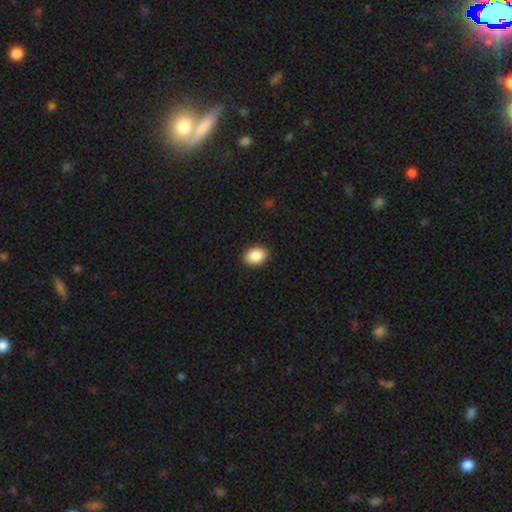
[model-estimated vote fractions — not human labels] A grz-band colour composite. It shows a smooth galaxy with no disk features (89%) that is in between round and cigar-shaped (77%). Merging: none (90%).